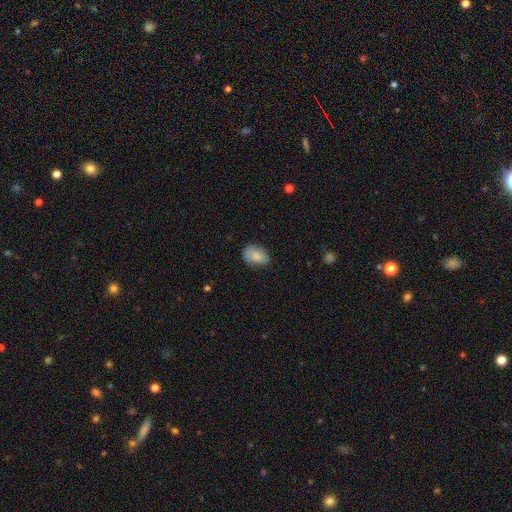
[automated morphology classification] Smooth or featured? smooth (83%)
How rounded? in between (86%)
Merging? none (70%)